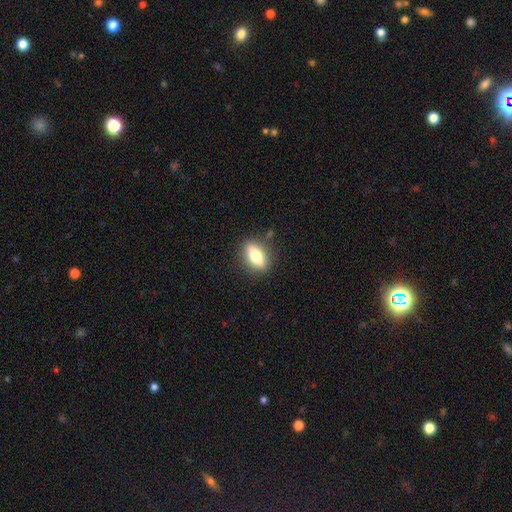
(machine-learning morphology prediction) Q: Smooth or featured?
A: smooth (61%); runner-up: featured or disk (31%)
Q: How rounded?
A: in between (73%); runner-up: cigar-shaped (17%)
Q: Merging?
A: none (86%); runner-up: minor disturbance (9%)